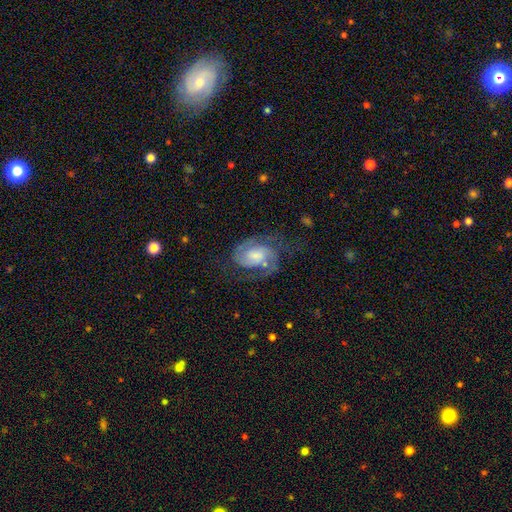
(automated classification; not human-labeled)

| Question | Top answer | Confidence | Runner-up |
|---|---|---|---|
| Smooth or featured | featured or disk | 82% | smooth (12%) |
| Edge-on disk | no | 98% | yes (2%) |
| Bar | no | 47% | weak (42%) |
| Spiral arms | yes | 95% | no (5%) |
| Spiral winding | medium | 50% | tight (32%) |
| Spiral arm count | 2 | 82% | can't tell (7%) |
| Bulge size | small | 35% | moderate (34%) |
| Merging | none | 59% | major disturbance (19%) |